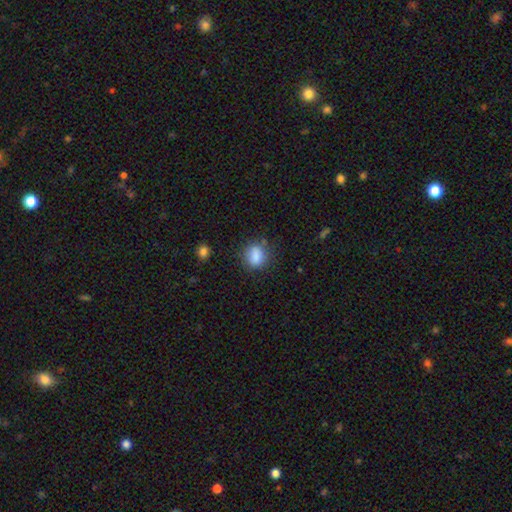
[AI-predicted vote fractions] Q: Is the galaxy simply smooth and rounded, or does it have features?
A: smooth — 85%.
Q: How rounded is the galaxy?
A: round — 61%.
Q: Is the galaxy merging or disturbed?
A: none — 74%.